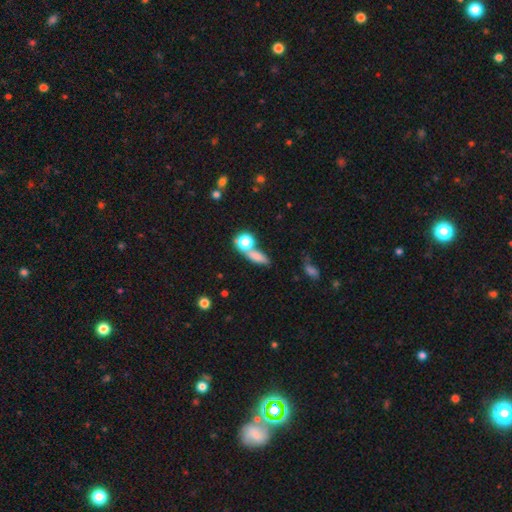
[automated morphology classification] A smooth galaxy with no disk features (73%) that is in between round and cigar-shaped (48%). Merging: none (47%).